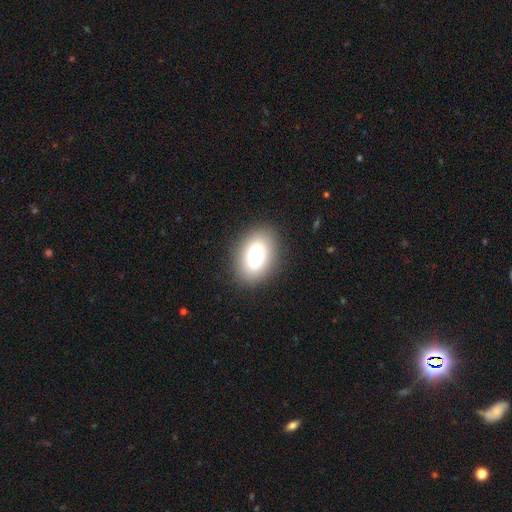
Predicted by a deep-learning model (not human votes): A smooth galaxy with no disk features (76%) that is in between round and cigar-shaped (79%).

Vote fractions:
- Smooth or featured? smooth: 76% / featured or disk: 13% / star or artifact: 12%
- How rounded? in between: 79% / round: 20% / cigar-shaped: 1%
- Merging? none: 87% / minor disturbance: 8% / major disturbance: 4% / merger: 1%